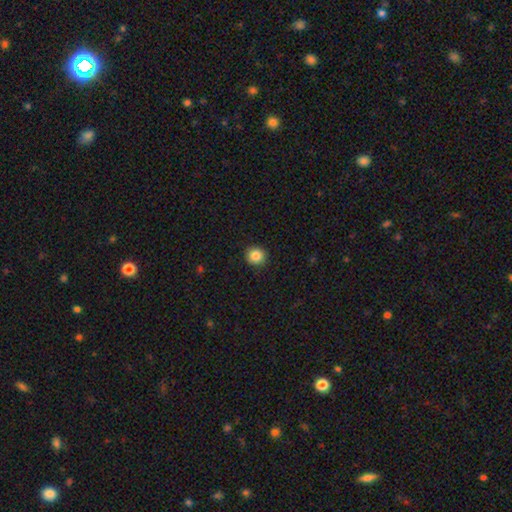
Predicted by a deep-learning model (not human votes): This appears to be a smooth galaxy with no disk features (86%) that is round (92%). Merging: none (92%).